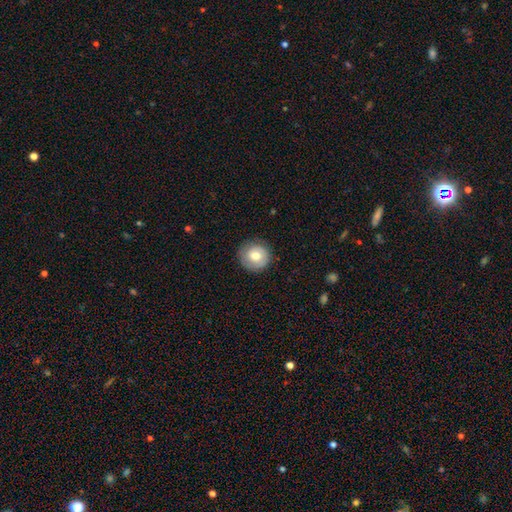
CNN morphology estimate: This is likely a smooth galaxy (72%). How rounded: clearly round (92%). Merging: clearly none (84%).